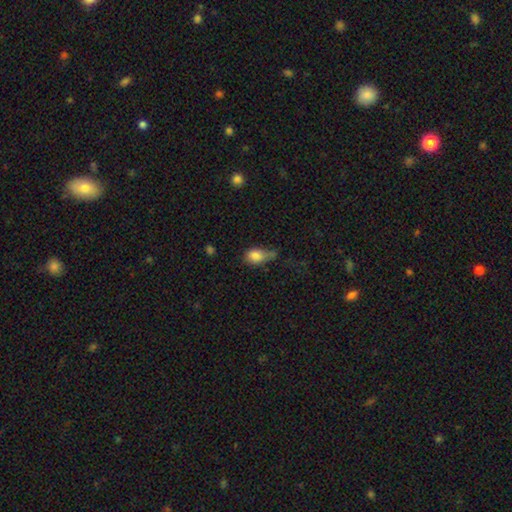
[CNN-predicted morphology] The model was most divided on "merging": minor disturbance: 35%, none: 31%, major disturbance: 23%, merger: 11%. More confident: smooth or featured — smooth (81%); how rounded — in between (68%).